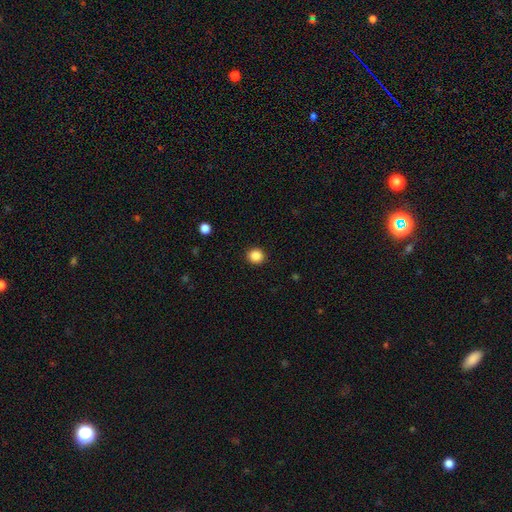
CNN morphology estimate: Smooth or featured?
  - smooth: 86% *
  - star or artifact: 10%
  - featured or disk: 3%
How rounded?
  - round: 91% *
  - in between: 8%
  - cigar-shaped: 1%
Merging?
  - none: 92% *
  - minor disturbance: 5%
  - major disturbance: 2%
  - merger: 1%